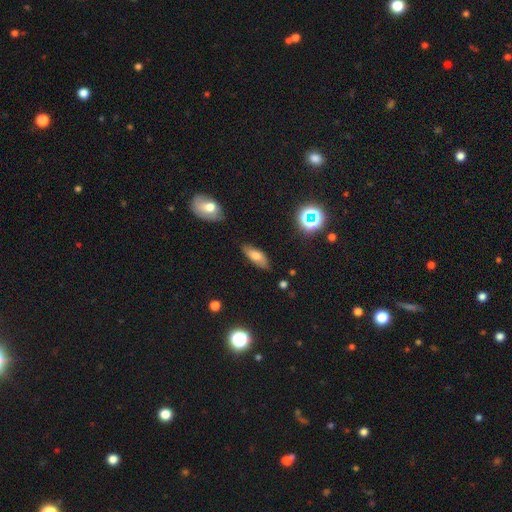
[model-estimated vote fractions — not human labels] Smooth or featured? smooth (67%)
How rounded? in between (78%)
Merging? none (78%)